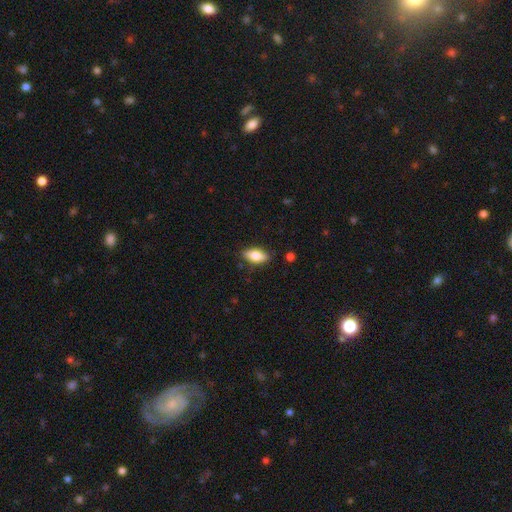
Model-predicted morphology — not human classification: type=smooth (76%); roundness=in between (86%); merging=none (84%).